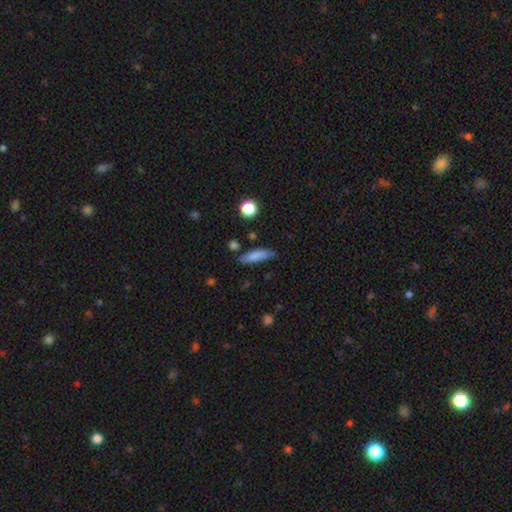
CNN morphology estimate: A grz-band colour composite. It shows a smooth galaxy with no disk features (79%) that is cigar-shaped (60%). Merging: none (72%).